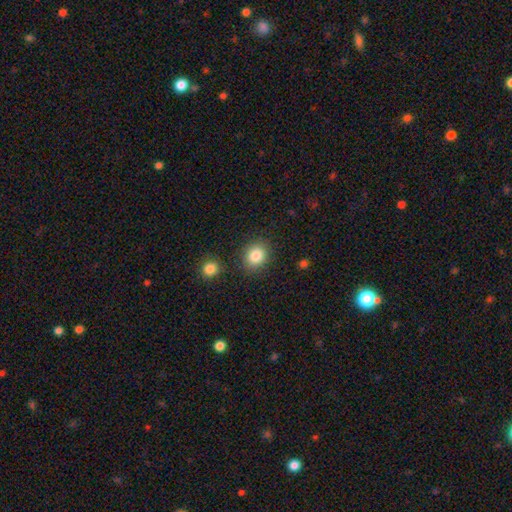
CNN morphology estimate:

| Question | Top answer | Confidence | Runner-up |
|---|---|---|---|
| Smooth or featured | smooth | 84% | star or artifact (9%) |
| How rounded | round | 67% | in between (32%) |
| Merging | none | 84% | minor disturbance (9%) |